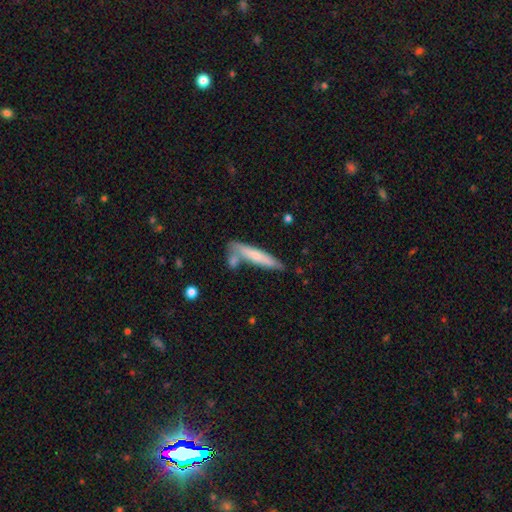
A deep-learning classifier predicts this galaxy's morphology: This is likely a smooth galaxy (62%). How rounded: clearly cigar-shaped (89%). Merging: likely none (67%).